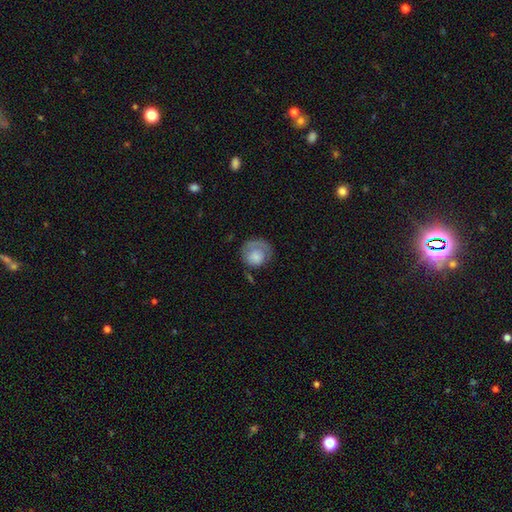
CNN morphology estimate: type=smooth (63%); roundness=round (81%); merging=none (51%).